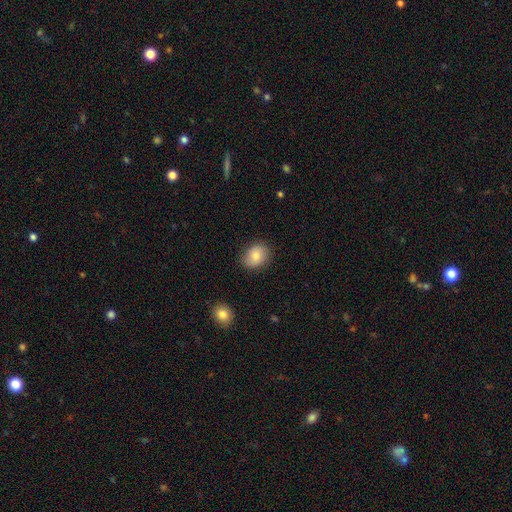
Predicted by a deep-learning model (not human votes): The model was most divided on "how rounded": in between: 58%, round: 41%, cigar-shaped: 1%. More confident: merging — none (83%); smooth or featured — smooth (80%).